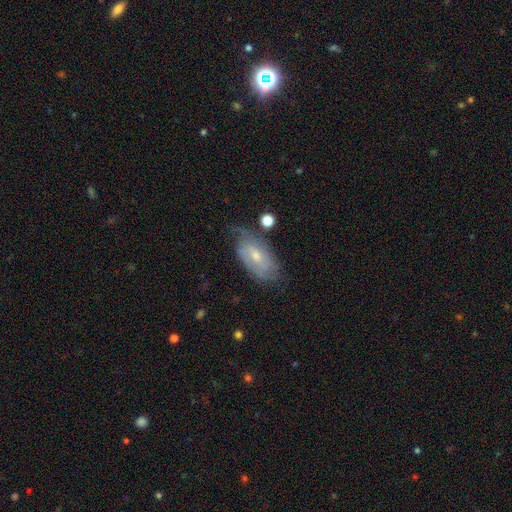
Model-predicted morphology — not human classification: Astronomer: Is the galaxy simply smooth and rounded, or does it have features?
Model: featured or disk — 61%.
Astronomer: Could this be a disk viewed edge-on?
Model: no — 91%.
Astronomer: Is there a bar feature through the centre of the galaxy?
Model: no — 52% (runner-up: weak, 40%).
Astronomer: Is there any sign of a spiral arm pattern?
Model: yes — 81%.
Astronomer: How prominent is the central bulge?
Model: moderate — 47%, tied with small at 47%.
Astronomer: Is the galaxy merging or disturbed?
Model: none — 56%.